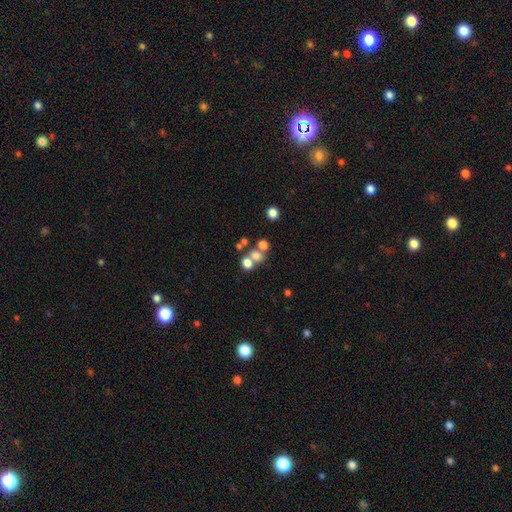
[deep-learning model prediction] Morphology: type=smooth (66%); roundness=round (65%); merging=merger (47%).